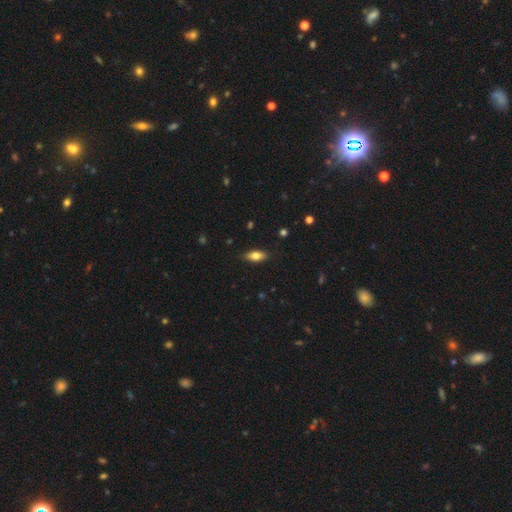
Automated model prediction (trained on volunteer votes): A smooth galaxy with no disk features (75%) that is in between round and cigar-shaped (82%).

Vote fractions:
- Smooth or featured? smooth: 75% / featured or disk: 17% / star or artifact: 7%
- How rounded? in between: 82% / cigar-shaped: 14% / round: 3%
- Merging? none: 84% / minor disturbance: 12% / major disturbance: 3% / merger: 1%